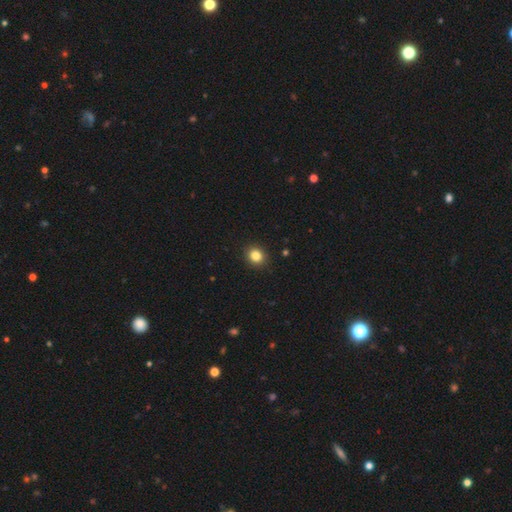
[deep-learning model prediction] This is clearly a smooth galaxy (85%). How rounded: likely round (72%). Merging: clearly none (90%).